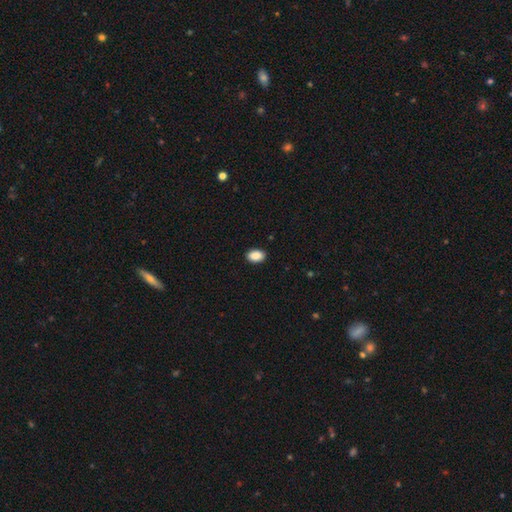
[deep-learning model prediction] Smooth or featured? smooth (89%)
How rounded? in between (85%)
Merging? none (90%)